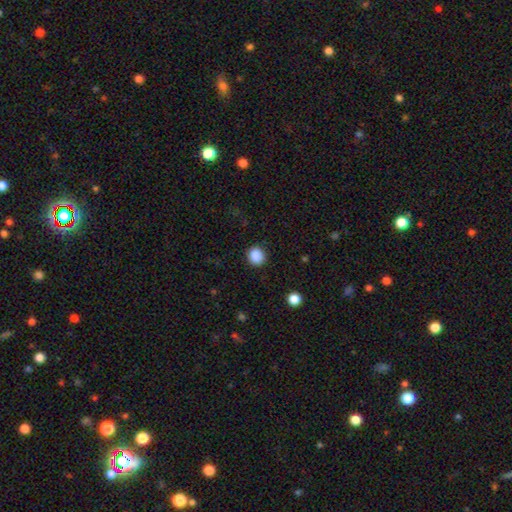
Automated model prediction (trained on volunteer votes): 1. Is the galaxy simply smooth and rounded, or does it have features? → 87% smooth, 10% star or artifact, 3% featured or disk.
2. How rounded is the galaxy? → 75% round, 24% in between, 1% cigar-shaped.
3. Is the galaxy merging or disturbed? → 86% none, 10% minor disturbance, 3% major disturbance, 1% merger.